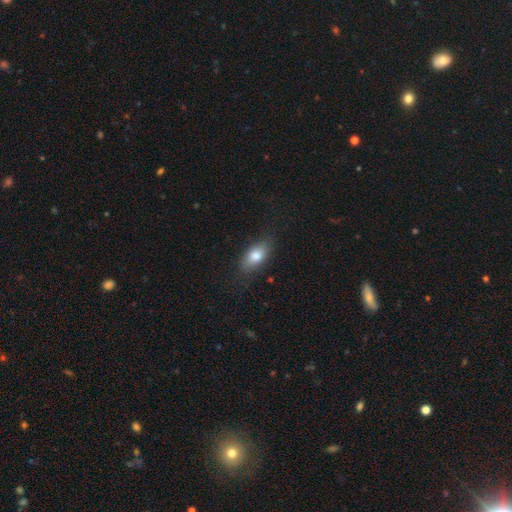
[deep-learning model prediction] Morphology: type=smooth (79%); roundness=in between (86%); merging=none (79%).